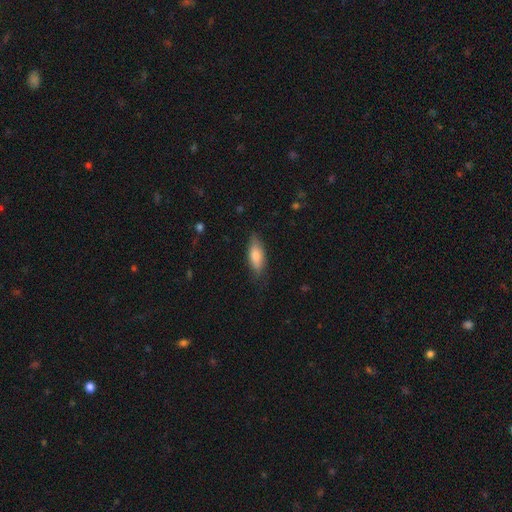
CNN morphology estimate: Smooth or featured? Predicted: smooth (p=0.76). How rounded? Predicted: in between (p=0.70). Merging? Predicted: none (p=0.77).